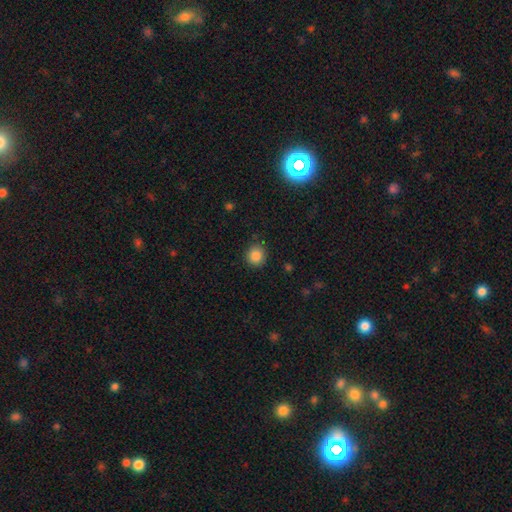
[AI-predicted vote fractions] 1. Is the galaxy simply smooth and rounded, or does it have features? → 86% smooth, 10% star or artifact, 4% featured or disk.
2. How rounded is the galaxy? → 88% round, 11% in between, 1% cigar-shaped.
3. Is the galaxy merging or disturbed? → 88% none, 8% minor disturbance, 3% major disturbance, 1% merger.